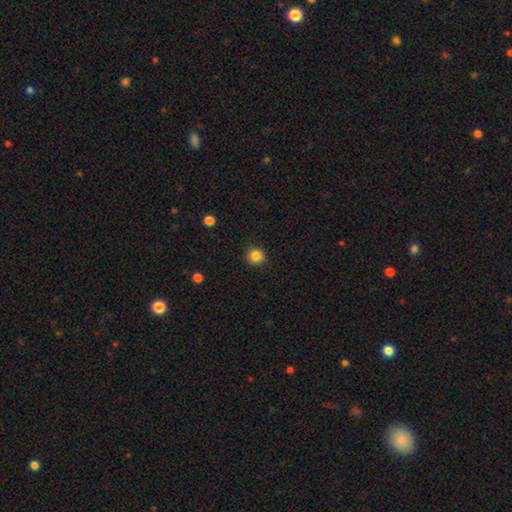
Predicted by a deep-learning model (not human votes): This is clearly a smooth galaxy (85%). How rounded: clearly round (93%). Merging: clearly none (91%).